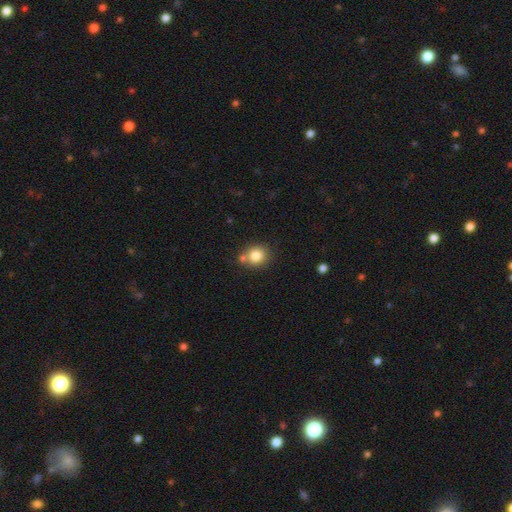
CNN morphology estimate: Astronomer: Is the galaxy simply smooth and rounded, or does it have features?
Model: smooth — 82%.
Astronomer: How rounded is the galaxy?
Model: round — 83%.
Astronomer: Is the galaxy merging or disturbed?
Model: none — 67%.